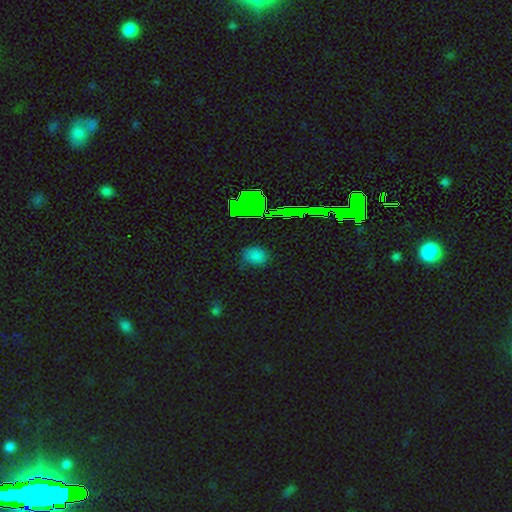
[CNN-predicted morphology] The model was most divided on "how rounded": round: 57%, in between: 41%, cigar-shaped: 2%. More confident: merging — none (78%); smooth or featured — smooth (66%).